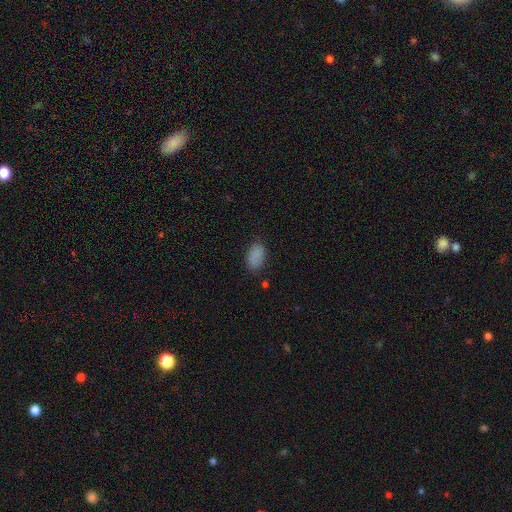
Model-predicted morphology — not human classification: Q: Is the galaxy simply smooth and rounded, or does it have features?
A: smooth — 86%.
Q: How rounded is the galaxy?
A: in between — 93%.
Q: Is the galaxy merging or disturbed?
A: none — 79%.